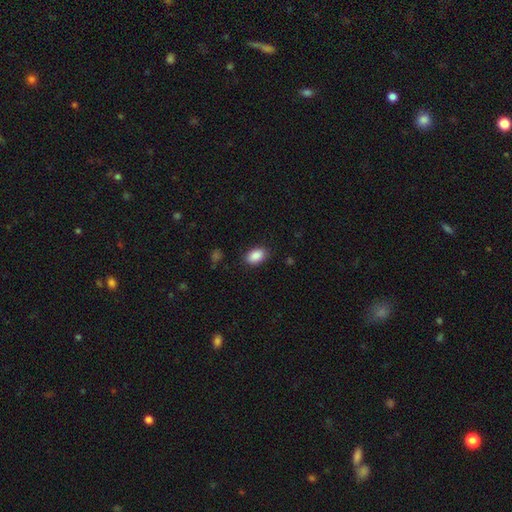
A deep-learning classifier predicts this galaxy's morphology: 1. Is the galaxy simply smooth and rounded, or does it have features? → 89% smooth, 8% star or artifact, 4% featured or disk.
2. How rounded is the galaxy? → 89% in between, 10% round, 1% cigar-shaped.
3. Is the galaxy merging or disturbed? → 86% none, 10% minor disturbance, 3% major disturbance, 1% merger.